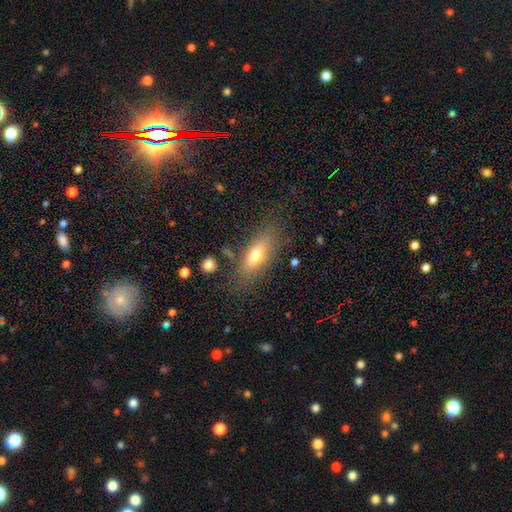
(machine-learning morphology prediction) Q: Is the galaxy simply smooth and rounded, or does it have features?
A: smooth — 68%.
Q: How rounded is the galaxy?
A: in between — 67%.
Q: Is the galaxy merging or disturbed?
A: none — 75%.